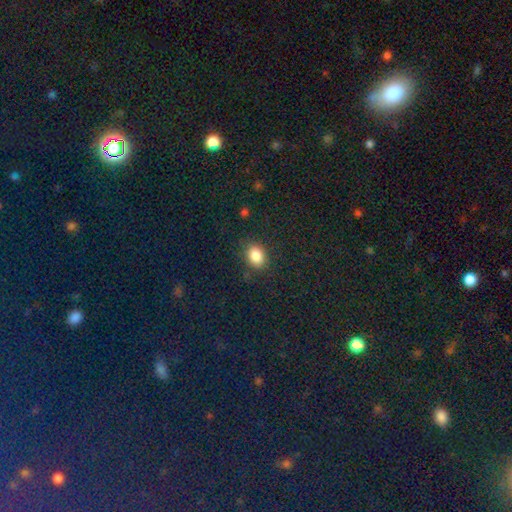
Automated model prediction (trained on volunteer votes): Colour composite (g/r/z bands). It shows a smooth galaxy with no disk features (85%) that is in between round and cigar-shaped (65%). Merging: none (83%).